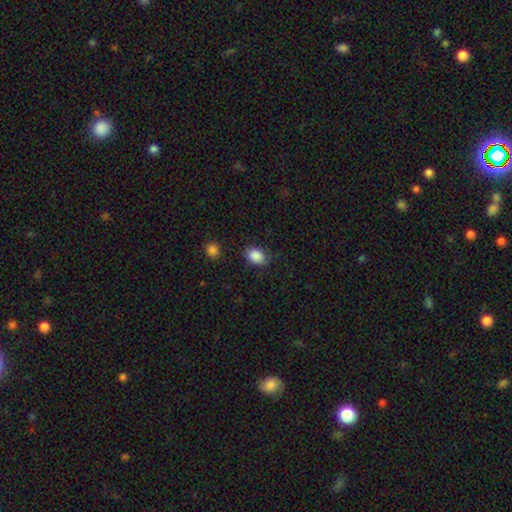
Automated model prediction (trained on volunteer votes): A smooth galaxy with no disk features (88%) that is in between round and cigar-shaped (75%). Merging: none (80%).